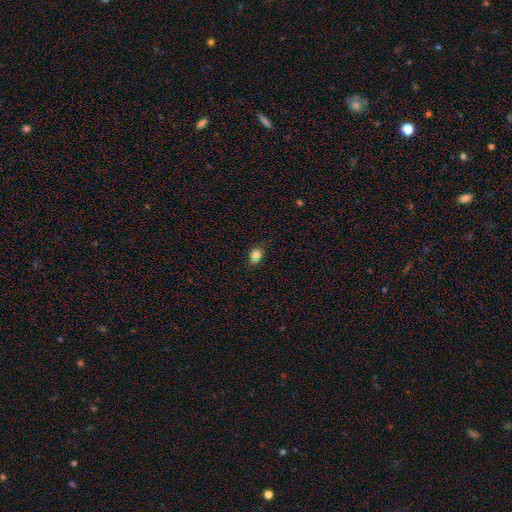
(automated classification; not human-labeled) Q: Smooth or featured?
A: smooth (76%); runner-up: star or artifact (16%)
Q: How rounded?
A: in between (55%); runner-up: round (44%)
Q: Merging?
A: none (80%); runner-up: minor disturbance (14%)